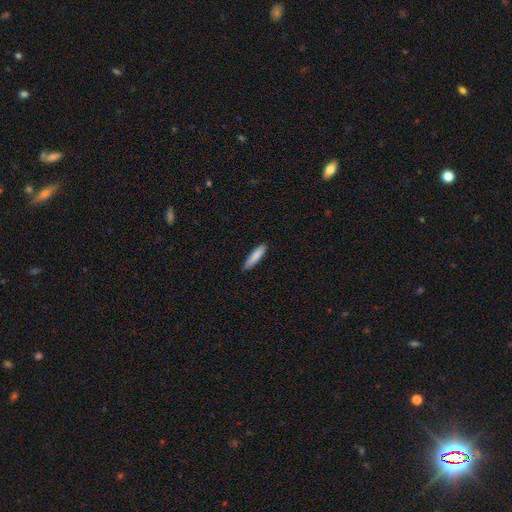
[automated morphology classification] Smooth or featured?
  - smooth: 86% *
  - featured or disk: 9%
  - star or artifact: 6%
How rounded?
  - cigar-shaped: 79% *
  - in between: 20%
  - round: 1%
Merging?
  - none: 88% *
  - minor disturbance: 10%
  - major disturbance: 2%
  - merger: 1%